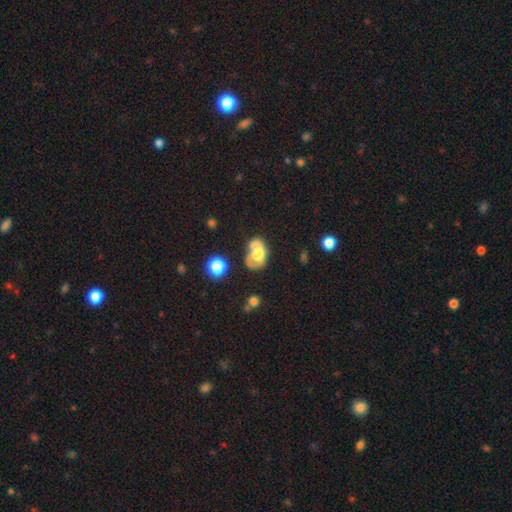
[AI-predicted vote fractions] smooth-or-featured: smooth: 50% | featured or disk: 39% | star or artifact: 11%
  merging: merger: 44% | none: 22% | major disturbance: 18% | minor disturbance: 16%